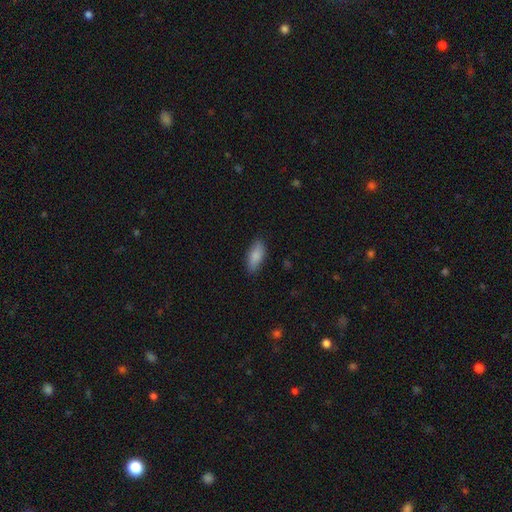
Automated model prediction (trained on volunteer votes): Smooth or featured? smooth (84%)
How rounded? in between (81%)
Merging? none (83%)